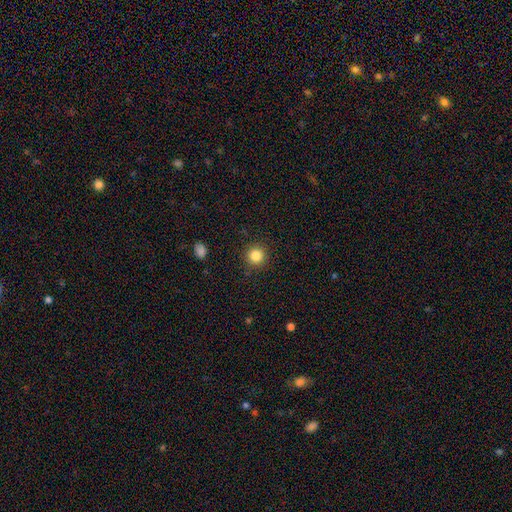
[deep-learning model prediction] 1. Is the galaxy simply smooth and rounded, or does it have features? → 84% smooth, 11% star or artifact, 5% featured or disk.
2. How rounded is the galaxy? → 94% round, 5% in between, 1% cigar-shaped.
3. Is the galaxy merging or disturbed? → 91% none, 5% minor disturbance, 2% major disturbance, 1% merger.